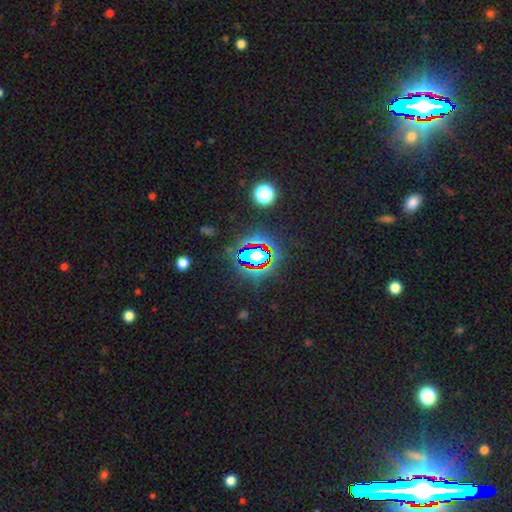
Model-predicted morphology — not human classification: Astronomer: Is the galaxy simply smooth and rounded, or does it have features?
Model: star or artifact — 66%.